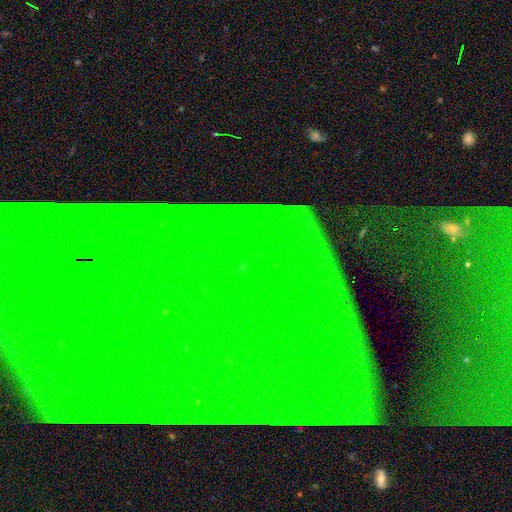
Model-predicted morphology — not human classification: The model was most divided on "smooth or featured": star or artifact: 85%, featured or disk: 8%, smooth: 7%.